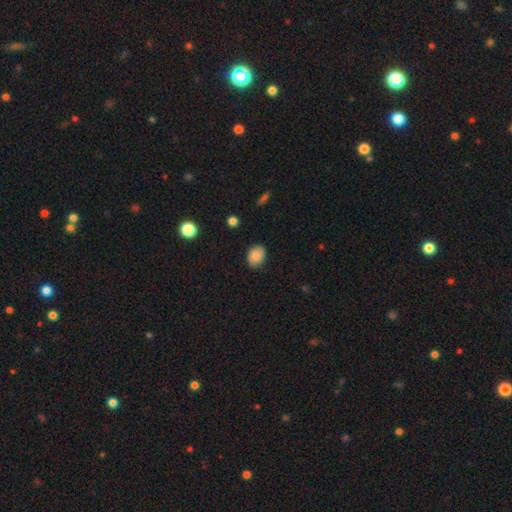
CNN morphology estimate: A smooth galaxy with no disk features (85%) that is in between round and cigar-shaped (56%). Merging: none (82%).